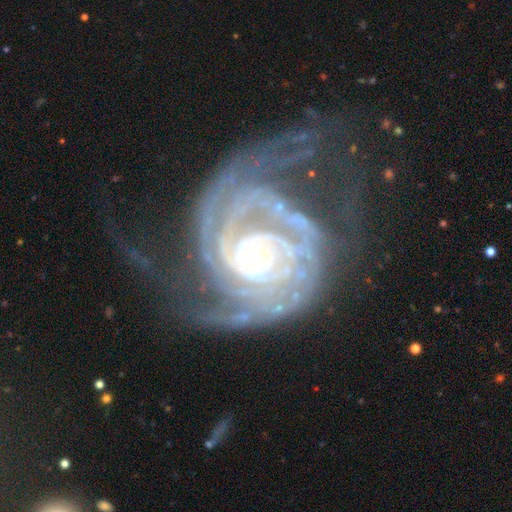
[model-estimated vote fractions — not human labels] The model was most divided on "merging": none: 44%, major disturbance: 32%, minor disturbance: 19%, merger: 4%. Remaining: spiral arms — yes (98%); edge-on disk — no (98%); smooth or featured — featured or disk (92%); bulge size — small (73%); bar — no (70%); spiral winding — tight (70%); spiral arm count — 2 (42%).